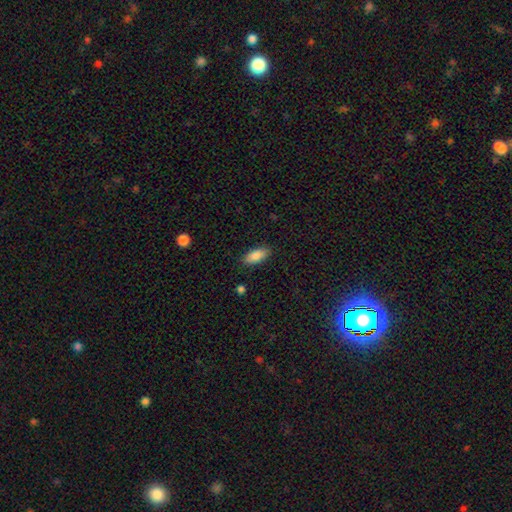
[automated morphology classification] The model was most divided on "merging": none: 86%, minor disturbance: 10%, major disturbance: 2%, merger: 1%. More confident: smooth or featured — smooth (88%); how rounded — in between (87%).